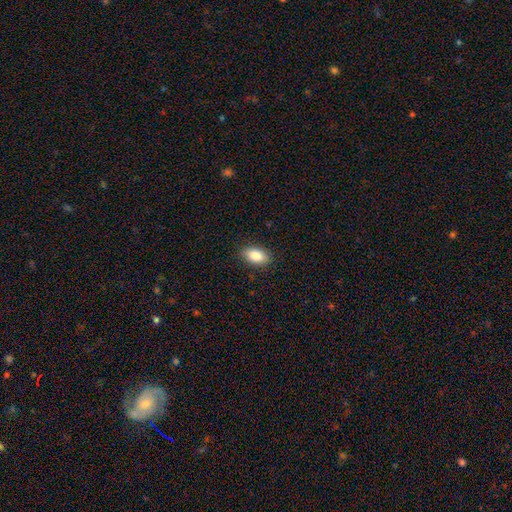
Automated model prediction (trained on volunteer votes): The model was most divided on "smooth or featured": smooth: 86%, star or artifact: 8%, featured or disk: 7%. More confident: how rounded — in between (90%); merging — none (88%).